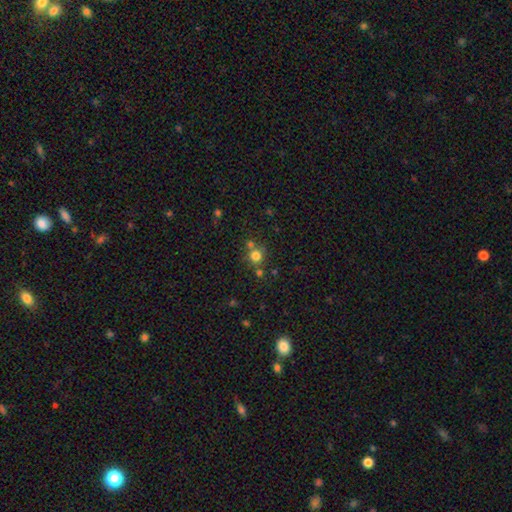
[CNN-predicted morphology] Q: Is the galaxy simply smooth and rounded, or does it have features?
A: smooth — 76%.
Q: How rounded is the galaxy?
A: round — 91%.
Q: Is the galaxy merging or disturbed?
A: none — 65%.